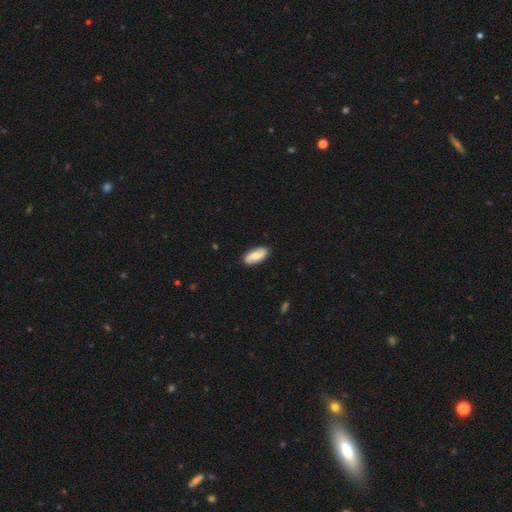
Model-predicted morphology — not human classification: Q: Smooth or featured?
A: smooth (56%); runner-up: featured or disk (38%)
Q: How rounded?
A: in between (88%); runner-up: cigar-shaped (9%)
Q: Merging?
A: none (88%); runner-up: minor disturbance (9%)